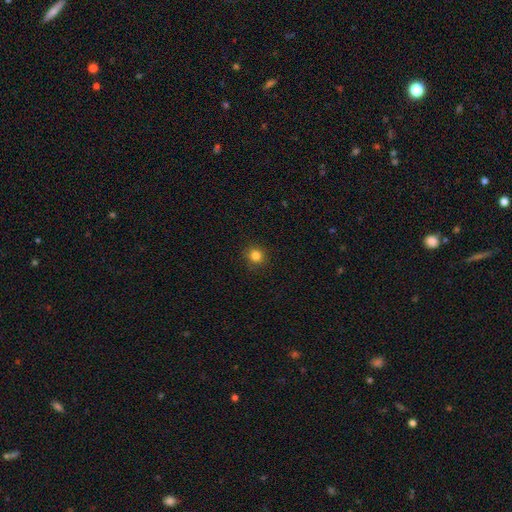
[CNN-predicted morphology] This appears to be a smooth galaxy with no disk features (83%) that is round (88%). Merging: none (91%).